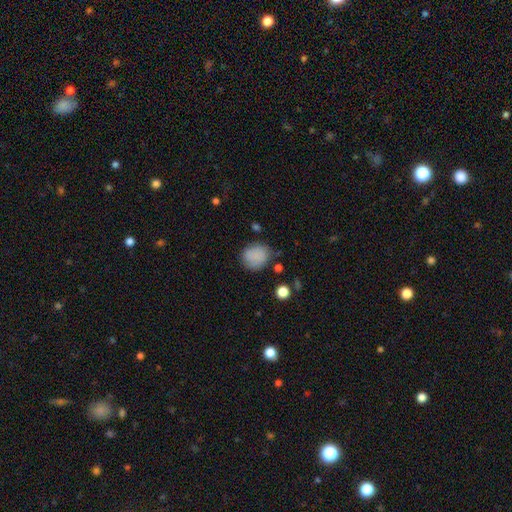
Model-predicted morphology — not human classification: Smooth or featured?
  - smooth: 84% *
  - star or artifact: 9%
  - featured or disk: 7%
How rounded?
  - round: 76% *
  - in between: 23%
  - cigar-shaped: 1%
Merging?
  - none: 71% *
  - minor disturbance: 20%
  - major disturbance: 6%
  - merger: 3%